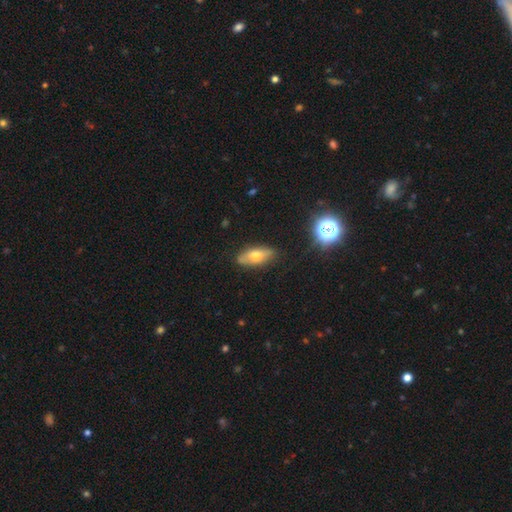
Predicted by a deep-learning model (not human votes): A smooth galaxy with no disk features (57%) that is in between round and cigar-shaped (77%).

Vote fractions:
- Smooth or featured? smooth: 57% / featured or disk: 33% / star or artifact: 10%
- How rounded? in between: 77% / cigar-shaped: 18% / round: 5%
- Merging? none: 84% / minor disturbance: 12% / major disturbance: 2% / merger: 2%